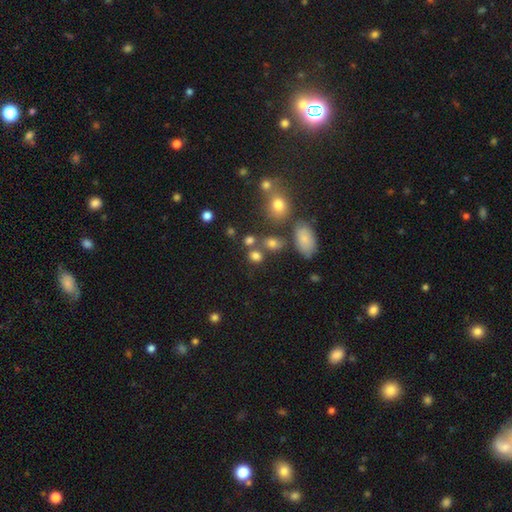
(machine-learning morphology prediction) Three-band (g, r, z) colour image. It shows a smooth galaxy with no disk features (76%) that is round (59%). Merging: none (60%).